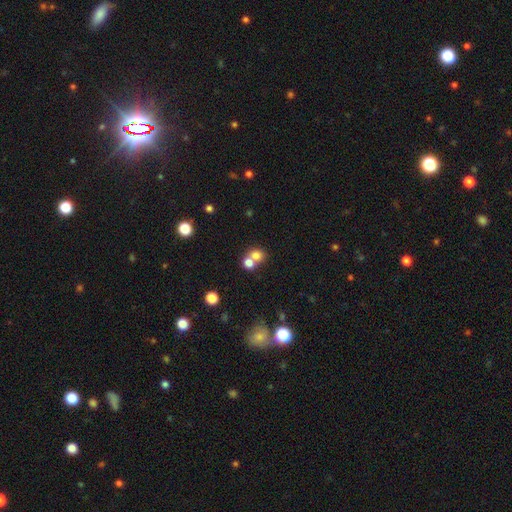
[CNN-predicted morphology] A smooth galaxy with no disk features (75%) that is round (72%).

Vote fractions:
- Smooth or featured? smooth: 75% / star or artifact: 13% / featured or disk: 12%
- How rounded? round: 72% / in between: 27% / cigar-shaped: 1%
- Merging? merger: 55% / none: 36% / minor disturbance: 6% / major disturbance: 3%